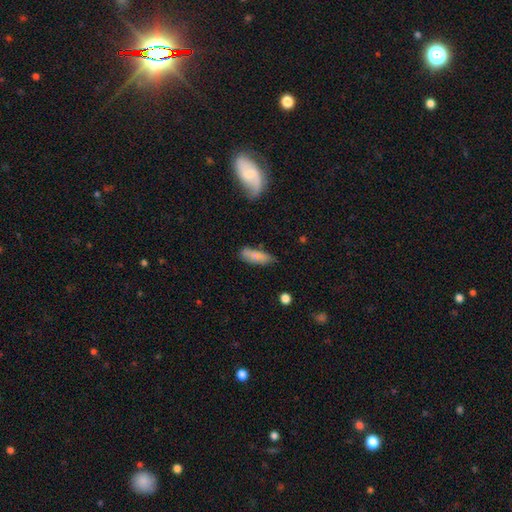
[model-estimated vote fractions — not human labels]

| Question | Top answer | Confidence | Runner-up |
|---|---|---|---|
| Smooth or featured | smooth | 76% | featured or disk (17%) |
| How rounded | in between | 64% | cigar-shaped (33%) |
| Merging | none | 63% | minor disturbance (27%) |